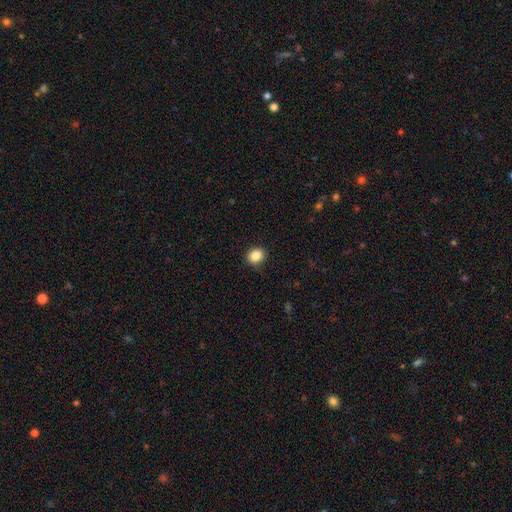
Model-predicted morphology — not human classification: smooth_or_featured: smooth (p=0.86) [alt: star or artifact p=0.10]
how_rounded: round (p=0.68) [alt: in between p=0.31]
merging: none (p=0.90) [alt: minor disturbance p=0.07]